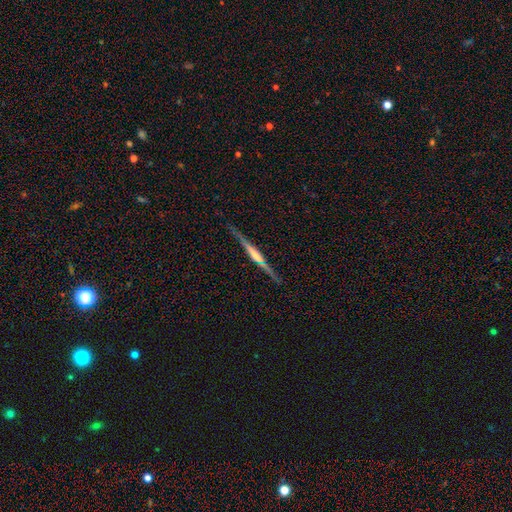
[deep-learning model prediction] Smooth or featured? featured or disk (76%)
Edge-on disk? yes (98%)
Edge-on bulge? rounded (44%)
Merging? none (85%)